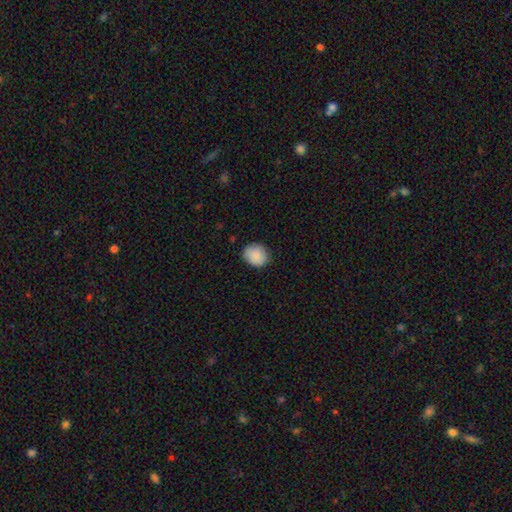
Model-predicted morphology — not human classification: The model was most divided on "how rounded": round: 68%, in between: 31%, cigar-shaped: 1%. More confident: smooth or featured — smooth (88%); merging — none (83%).